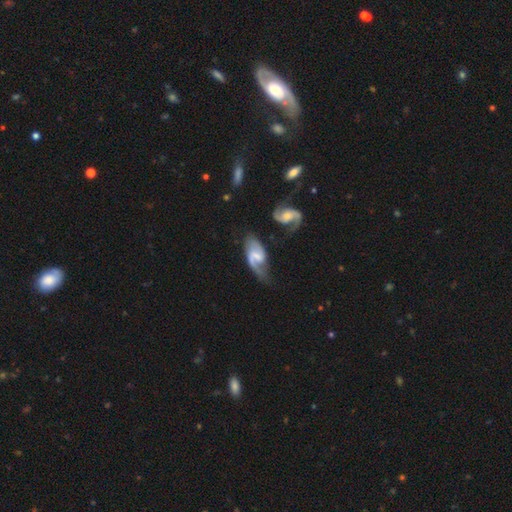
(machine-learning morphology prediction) Smooth or featured? featured or disk (81%)
Edge-on disk? no (96%)
Bar? weak (55%)
Spiral arms? yes (94%)
Spiral winding? medium (48%)
Spiral arm count? 2 (76%)
Bulge size? small (39%)
Merging? none (53%)